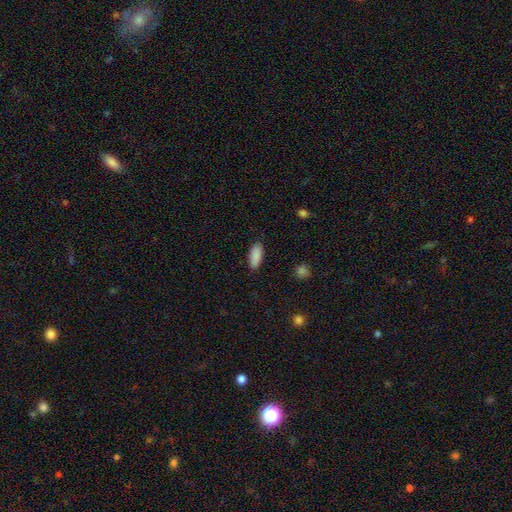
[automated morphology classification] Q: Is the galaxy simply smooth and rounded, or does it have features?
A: smooth — 89%.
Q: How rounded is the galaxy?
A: in between — 82%.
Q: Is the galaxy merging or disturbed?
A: none — 87%.